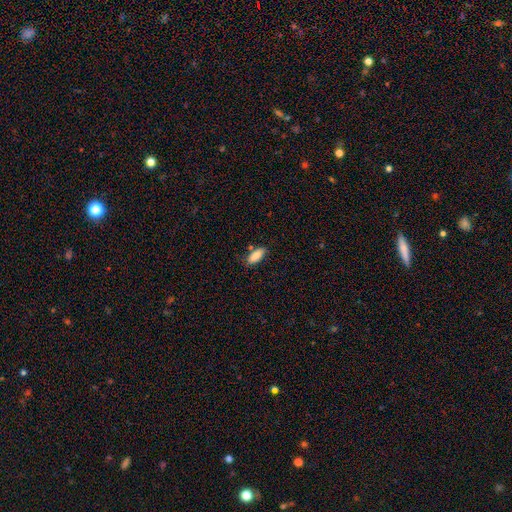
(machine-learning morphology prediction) This appears to be a smooth galaxy with no disk features (87%) that is in between round and cigar-shaped (80%). Merging: none (74%).